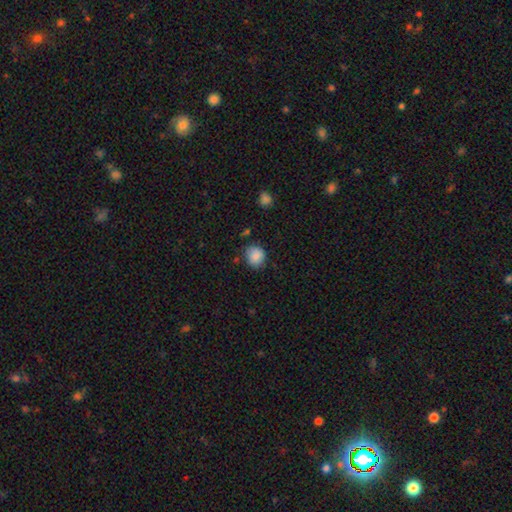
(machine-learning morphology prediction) smooth_or_featured: smooth (p=0.86) [alt: star or artifact p=0.09]
how_rounded: round (p=0.79) [alt: in between p=0.20]
merging: none (p=0.78) [alt: minor disturbance p=0.16]